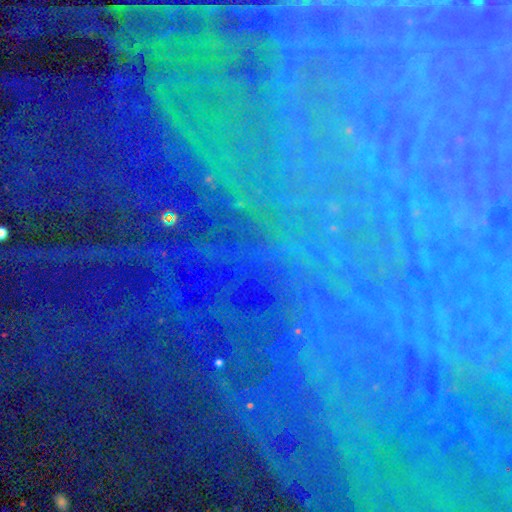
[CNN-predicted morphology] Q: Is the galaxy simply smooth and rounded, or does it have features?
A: star or artifact — 84%.